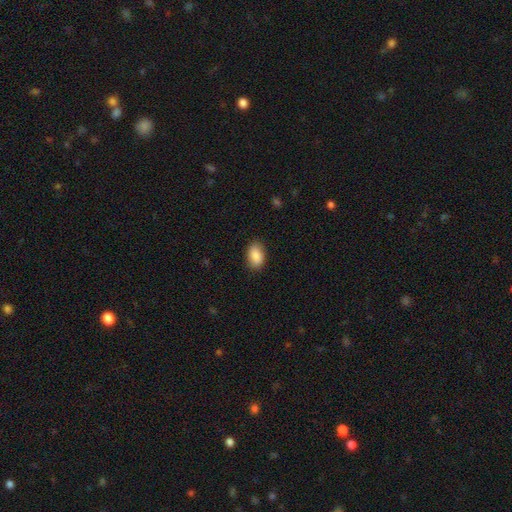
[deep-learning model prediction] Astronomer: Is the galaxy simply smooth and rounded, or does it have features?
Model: smooth — 88%.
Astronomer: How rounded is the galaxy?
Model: in between — 90%.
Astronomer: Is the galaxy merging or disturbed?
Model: none — 85%.